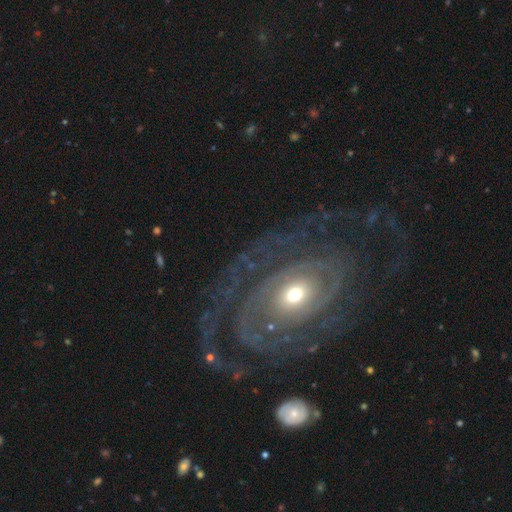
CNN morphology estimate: smooth-or-featured: featured or disk: 87% | smooth: 7% | star or artifact: 6%
  disk-edge-on: no: 96% | yes: 4%
    bar: no: 75% | weak: 17% | strong: 8%
    has-spiral-arms: yes: 91% | no: 9%
      spiral-winding: tight: 73% | medium: 20% | loose: 7%
      spiral-arm-count: 2: 30% (tied) | can't tell: 30% (tied) | 3: 15% | 4: 9% | 1: 8% | more than 4: 8%
    bulge-size: moderate: 47% | small: 46% | large: 4% | dominant: 1% | none: 1%
  merging: none: 70% | minor disturbance: 15% | major disturbance: 13% | merger: 2%